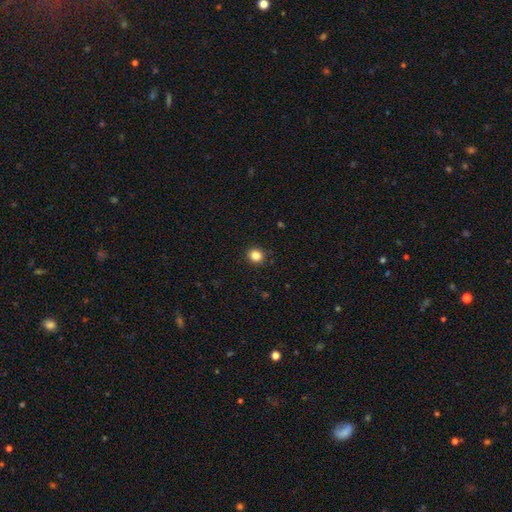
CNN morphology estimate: A smooth galaxy with no disk features (84%) that is round (77%). Merging: none (91%).